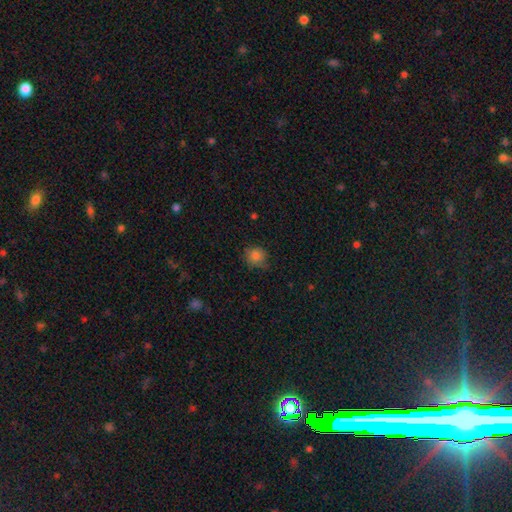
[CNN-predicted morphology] Q: Smooth or featured?
A: smooth (83%); runner-up: star or artifact (11%)
Q: How rounded?
A: round (83%); runner-up: in between (16%)
Q: Merging?
A: none (71%); runner-up: minor disturbance (23%)